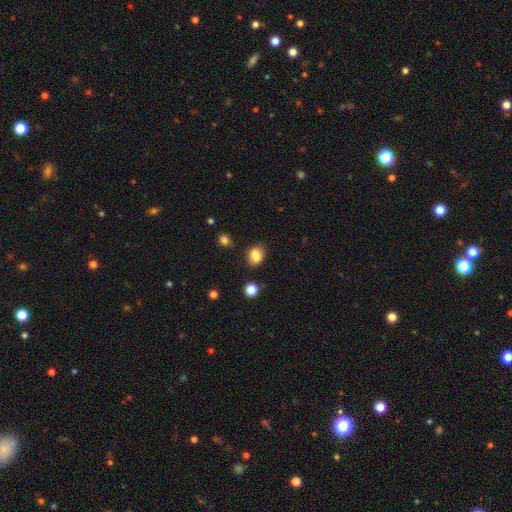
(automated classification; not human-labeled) The model was most divided on "how rounded": in between: 57%, round: 42%, cigar-shaped: 1%. More confident: smooth or featured — smooth (79%); merging — none (59%).